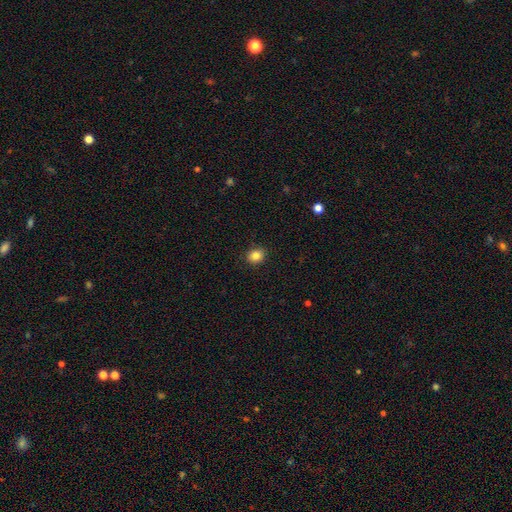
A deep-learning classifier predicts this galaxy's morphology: smooth 85%, star or artifact 10%, featured or disk 5%. Down the decision tree: how rounded — round (68%); merging — none (90%).